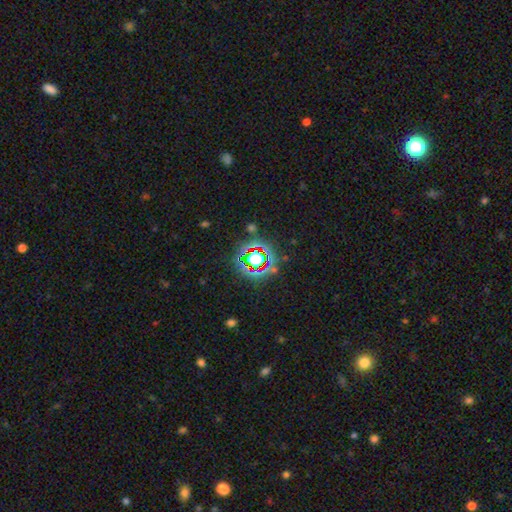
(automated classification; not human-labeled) Overall: star or artifact (65%).